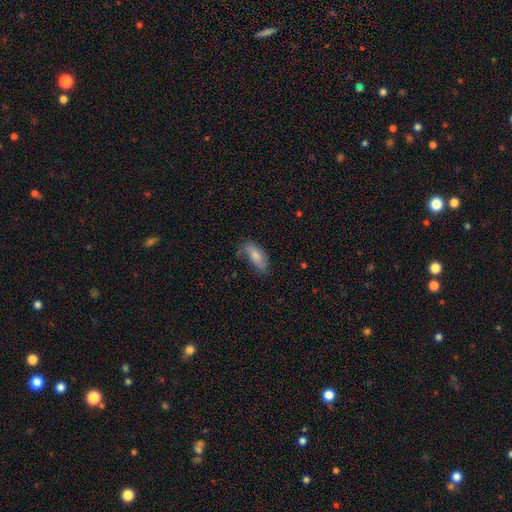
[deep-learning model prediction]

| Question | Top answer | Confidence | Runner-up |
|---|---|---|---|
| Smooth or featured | smooth | 75% | featured or disk (18%) |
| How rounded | in between | 80% | cigar-shaped (17%) |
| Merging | none | 55% | minor disturbance (31%) |